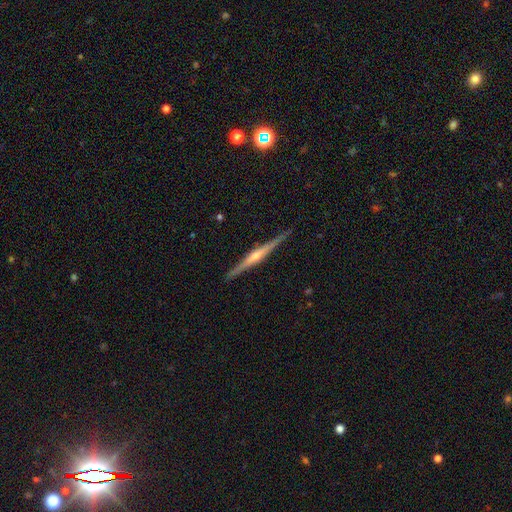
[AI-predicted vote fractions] Smooth or featured? Predicted: featured or disk (p=0.85). Edge-on disk? Predicted: yes (p=0.99). Edge-on bulge? Predicted: rounded (p=0.81). Merging? Predicted: none (p=0.92).